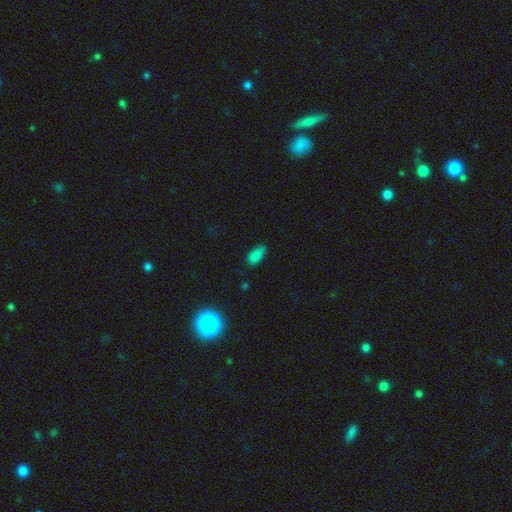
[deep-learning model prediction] Smooth or featured?
  - smooth: 82% *
  - star or artifact: 13%
  - featured or disk: 5%
How rounded?
  - in between: 86% *
  - cigar-shaped: 11%
  - round: 3%
Merging?
  - none: 73% *
  - minor disturbance: 21%
  - major disturbance: 4%
  - merger: 2%